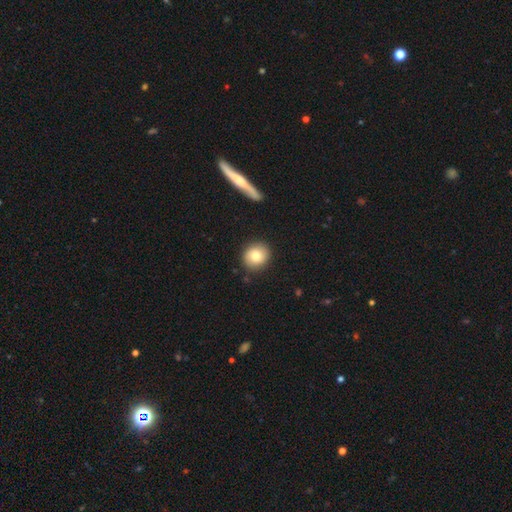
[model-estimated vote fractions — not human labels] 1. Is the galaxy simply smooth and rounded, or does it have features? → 79% smooth, 13% featured or disk, 8% star or artifact.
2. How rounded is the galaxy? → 81% round, 18% in between, 1% cigar-shaped.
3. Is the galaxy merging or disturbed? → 87% none, 9% minor disturbance, 2% merger, 2% major disturbance.